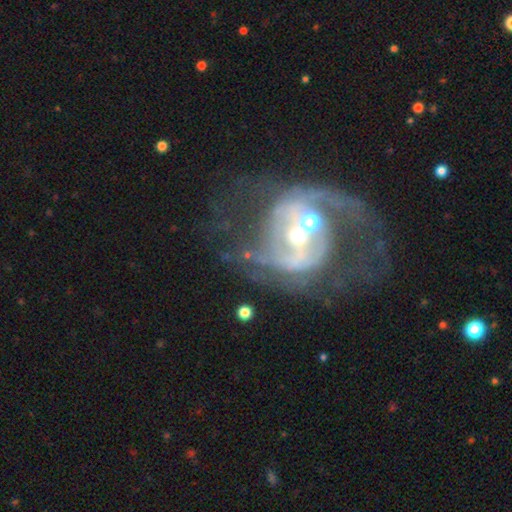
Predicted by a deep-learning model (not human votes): The model was most divided on "merging": merger: 32%, none: 29%, major disturbance: 26%, minor disturbance: 13%. Remaining: edge-on disk — no (97%); spiral arms — yes (85%); smooth or featured — featured or disk (83%); spiral arm count — 2 (65%); bulge size — moderate (54%); spiral winding — medium (43%); bar — no (42%).